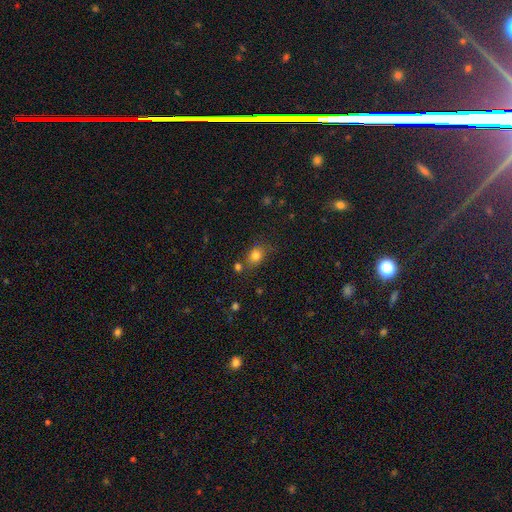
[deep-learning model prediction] This is likely a smooth galaxy (78%). How rounded: possibly in between (51%). Merging: likely none (67%).